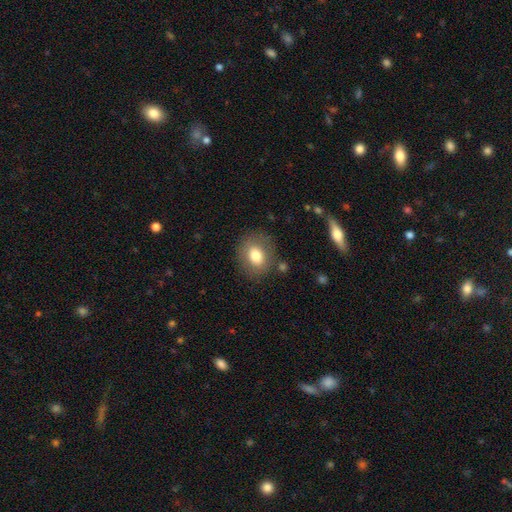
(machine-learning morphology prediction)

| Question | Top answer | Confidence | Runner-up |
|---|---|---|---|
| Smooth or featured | smooth | 77% | featured or disk (14%) |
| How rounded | round | 60% | in between (39%) |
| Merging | none | 80% | minor disturbance (12%) |